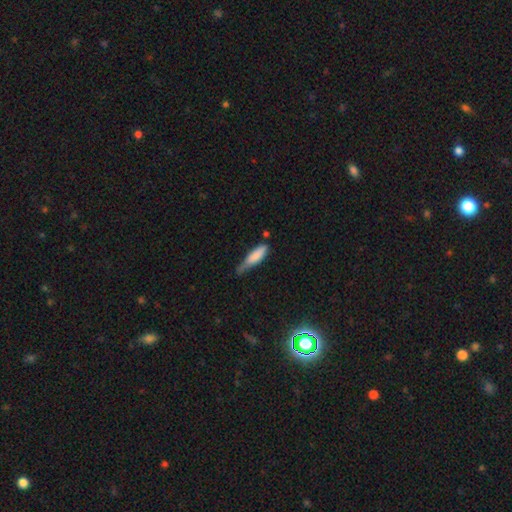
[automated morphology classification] smooth-or-featured: smooth: 79% | featured or disk: 14% | star or artifact: 6%
  how-rounded: cigar-shaped: 64% | in between: 34% | round: 2%
  merging: minor disturbance: 48% | none: 33% | major disturbance: 14% | merger: 6%